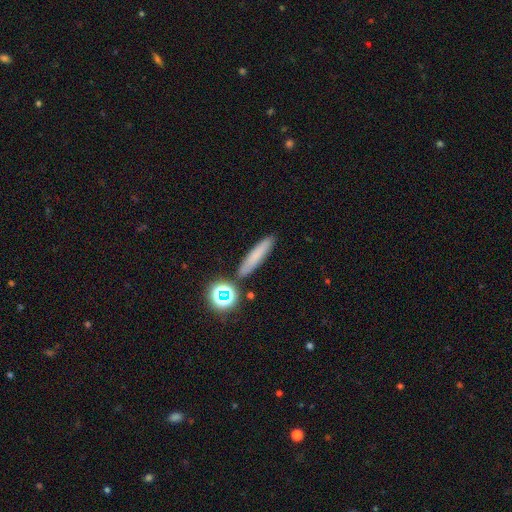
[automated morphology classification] Smooth or featured?
  - smooth: 70% *
  - featured or disk: 16%
  - star or artifact: 14%
How rounded?
  - cigar-shaped: 85% *
  - in between: 10%
  - round: 5%
Merging?
  - none: 86% *
  - minor disturbance: 8%
  - merger: 4%
  - major disturbance: 2%